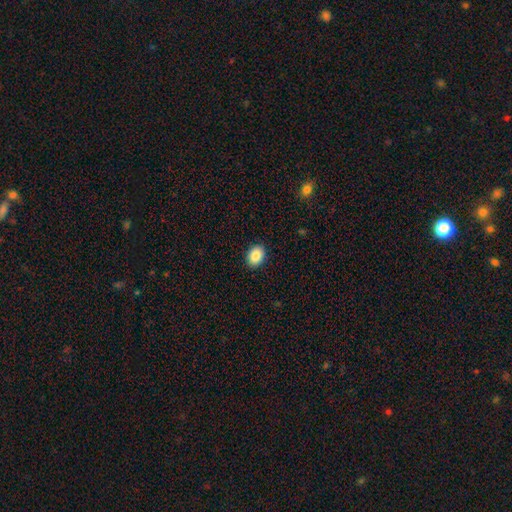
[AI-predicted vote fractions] The model was most divided on "how rounded": in between: 69%, round: 30%, cigar-shaped: 1%. More confident: merging — none (90%); smooth or featured — smooth (88%).